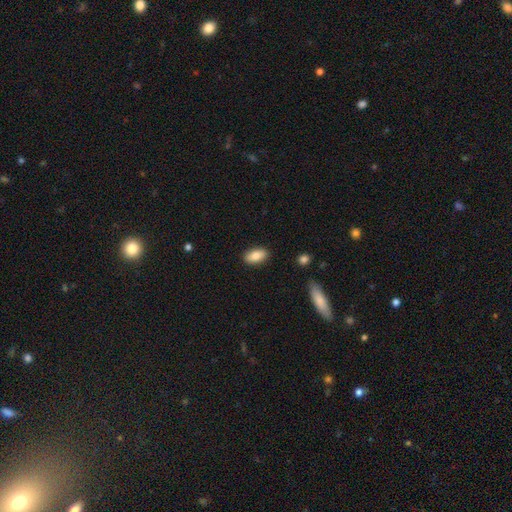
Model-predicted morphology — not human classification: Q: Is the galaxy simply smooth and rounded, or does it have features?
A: smooth — 83%.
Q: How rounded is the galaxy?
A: in between — 91%.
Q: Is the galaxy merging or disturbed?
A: none — 88%.